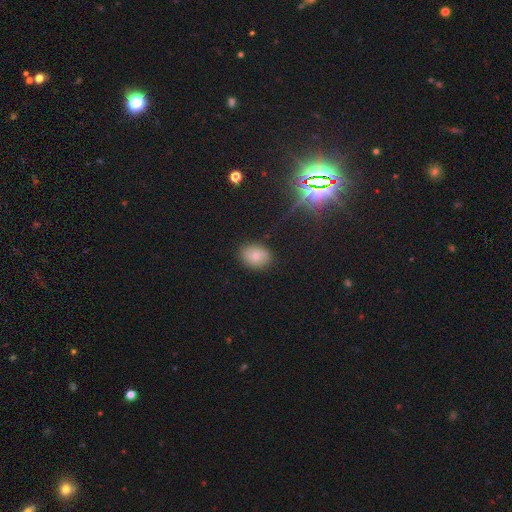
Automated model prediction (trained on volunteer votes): A smooth galaxy with no disk features (78%) that is in between round and cigar-shaped (63%). Merging: none (84%).